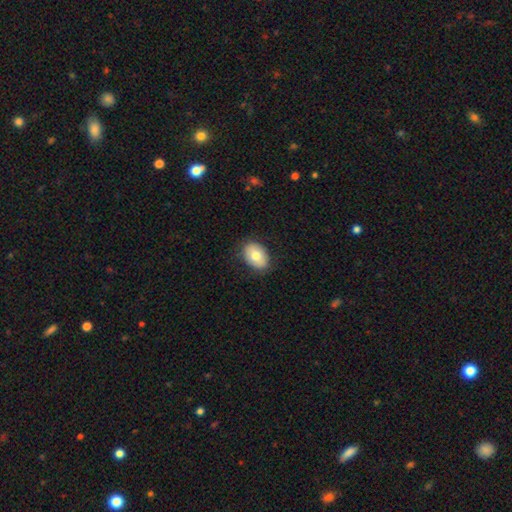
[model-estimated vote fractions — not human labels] Smooth or featured? Predicted: smooth (p=0.76). How rounded? Predicted: in between (p=0.79). Merging? Predicted: none (p=0.84).